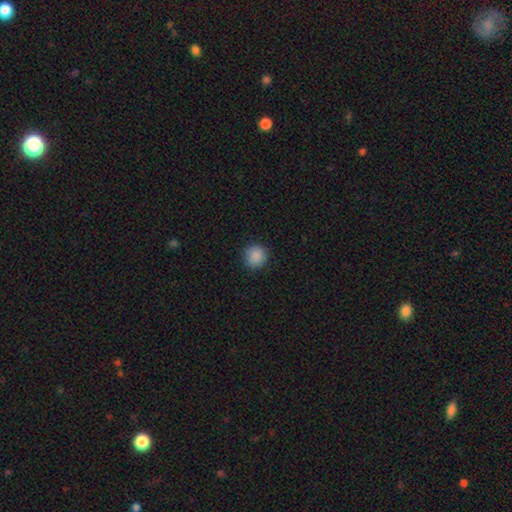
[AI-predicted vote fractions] Overall: smooth (88%). How rounded: round (94%). Merging: none (89%).